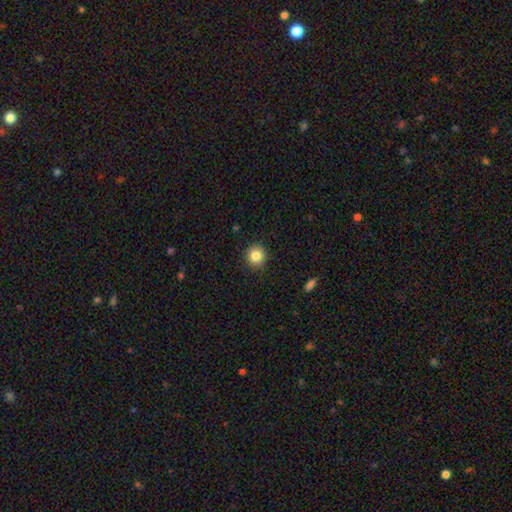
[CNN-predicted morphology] smooth 84%, star or artifact 10%, featured or disk 6%. Down the decision tree: how rounded — round (93%); merging — none (91%).